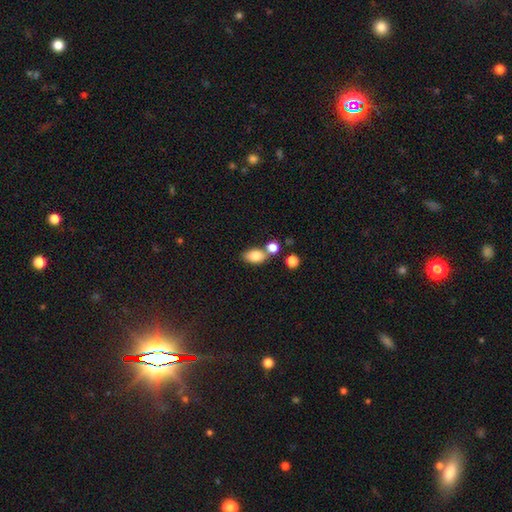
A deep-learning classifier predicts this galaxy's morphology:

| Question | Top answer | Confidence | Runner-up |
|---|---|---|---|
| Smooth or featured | smooth | 82% | star or artifact (9%) |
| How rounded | in between | 84% | round (14%) |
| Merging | none | 58% | merger (26%) |